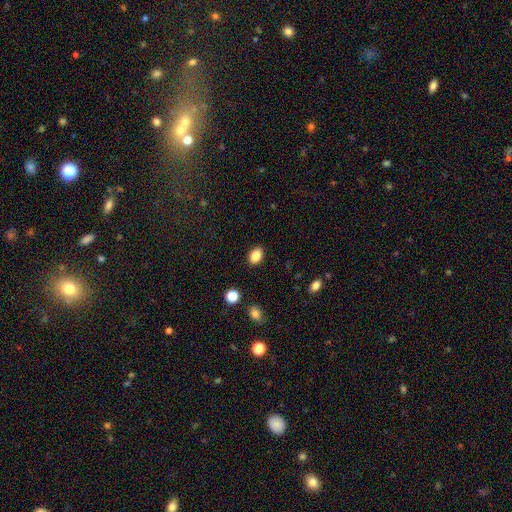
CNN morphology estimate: Smooth or featured? Predicted: smooth (p=0.86). How rounded? Predicted: in between (p=0.80). Merging? Predicted: none (p=0.88).